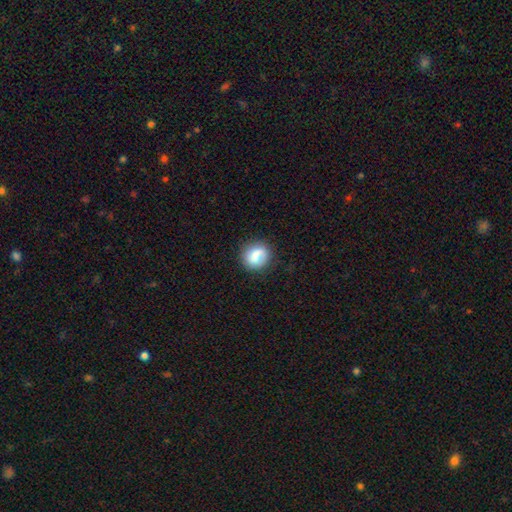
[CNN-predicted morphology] smooth-or-featured: smooth: 75% | featured or disk: 17% | star or artifact: 8%
  how-rounded: round: 79% | in between: 20% | cigar-shaped: 1%
  merging: none: 75% | minor disturbance: 17% | major disturbance: 5% | merger: 3%